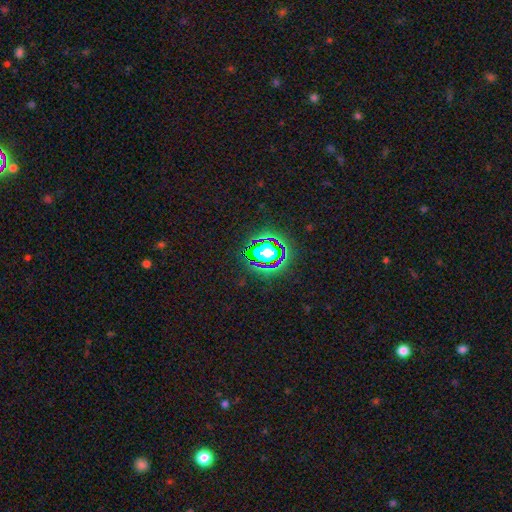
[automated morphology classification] A star or artifact, not a galaxy (80%).

Vote fractions:
- Smooth or featured? star or artifact: 80% / smooth: 12% / featured or disk: 8%